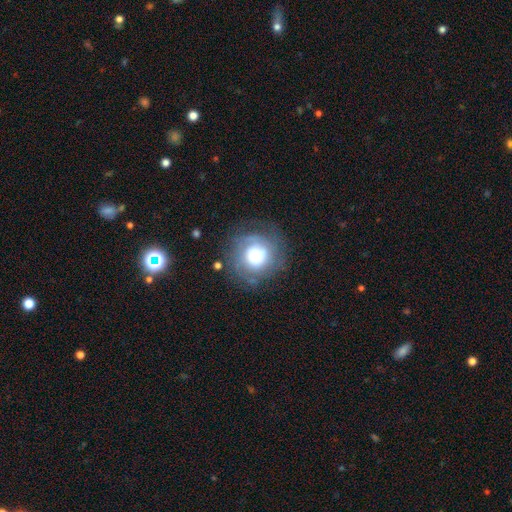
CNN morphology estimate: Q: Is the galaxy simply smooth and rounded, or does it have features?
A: featured or disk — 46%.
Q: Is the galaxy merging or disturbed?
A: none — 72%.